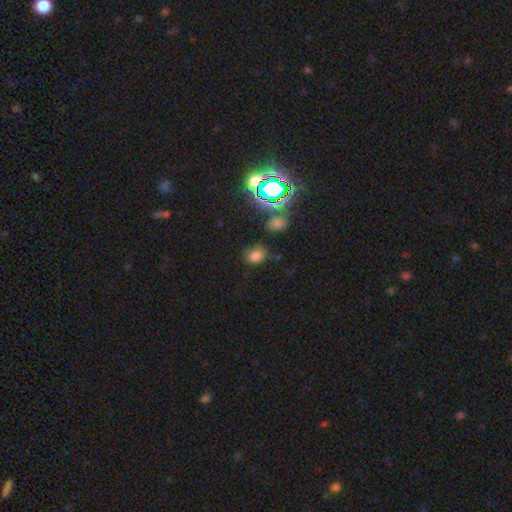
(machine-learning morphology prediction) Smooth or featured?
  - smooth: 70% *
  - star or artifact: 23%
  - featured or disk: 7%
How rounded?
  - in between: 58% *
  - round: 41%
  - cigar-shaped: 1%
Merging?
  - none: 75% *
  - minor disturbance: 16%
  - major disturbance: 5%
  - merger: 4%